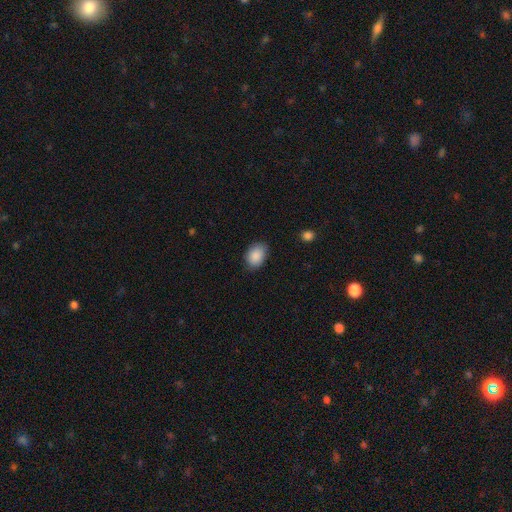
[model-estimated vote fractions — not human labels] Smooth or featured? Predicted: smooth (p=0.89). How rounded? Predicted: in between (p=0.76). Merging? Predicted: none (p=0.81).